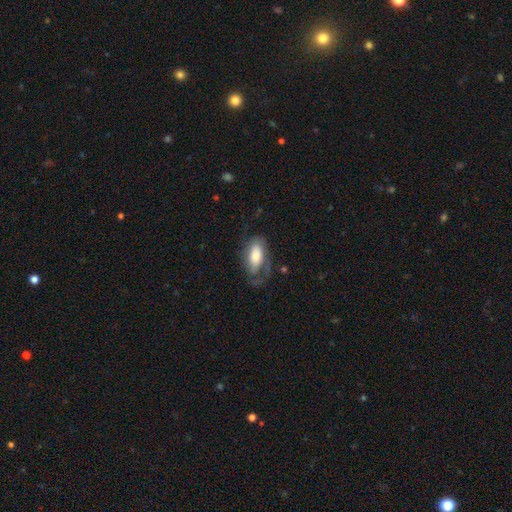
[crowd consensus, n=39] Smooth or featured? 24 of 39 (62%) said featured or disk. Edge-on disk? 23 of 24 (96%) said no. Bar? 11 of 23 (48%) said weak. Spiral arms? 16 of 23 (70%) said yes. Spiral winding? 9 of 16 (56%) said loose. Spiral arm count? 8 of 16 (50%) said 2. Bulge size? 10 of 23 (43%) said moderate. Merging? 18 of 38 (47%) said major disturbance.